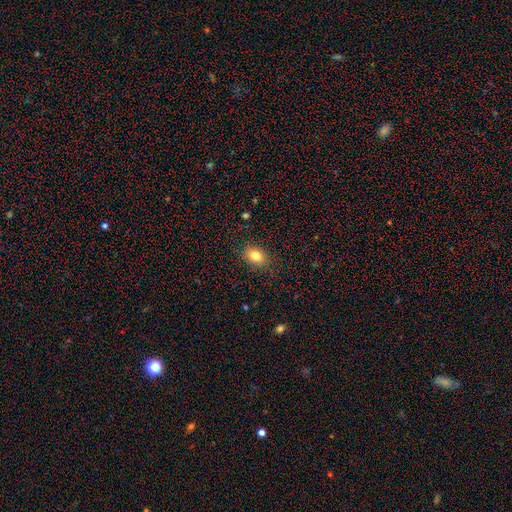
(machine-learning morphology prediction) smooth-or-featured: smooth: 81% | star or artifact: 10% | featured or disk: 9%
  how-rounded: in between: 77% | round: 22% | cigar-shaped: 1%
  merging: none: 86% | minor disturbance: 10% | major disturbance: 3% | merger: 1%